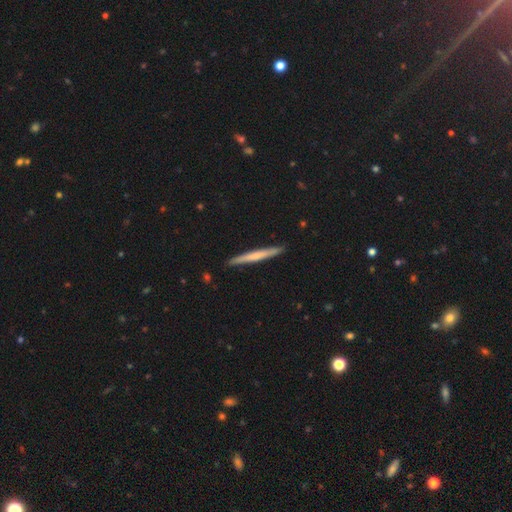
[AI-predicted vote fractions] This is possibly a smooth galaxy (51%). How rounded: clearly cigar-shaped (97%). Merging: clearly none (91%).